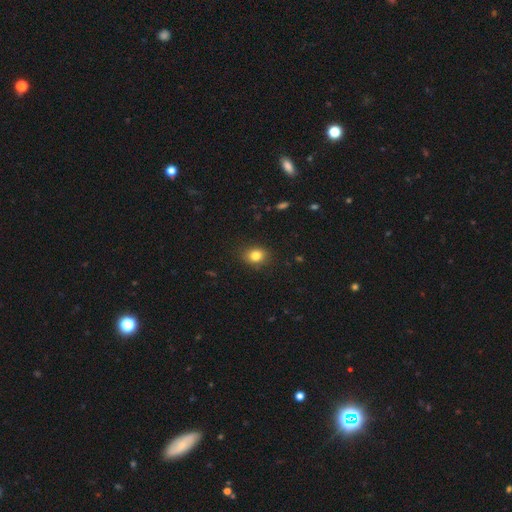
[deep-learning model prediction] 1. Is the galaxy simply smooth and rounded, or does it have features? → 82% smooth, 11% star or artifact, 7% featured or disk.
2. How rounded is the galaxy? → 51% round, 48% in between, 1% cigar-shaped.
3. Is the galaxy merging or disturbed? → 87% none, 10% minor disturbance, 2% major disturbance, 1% merger.